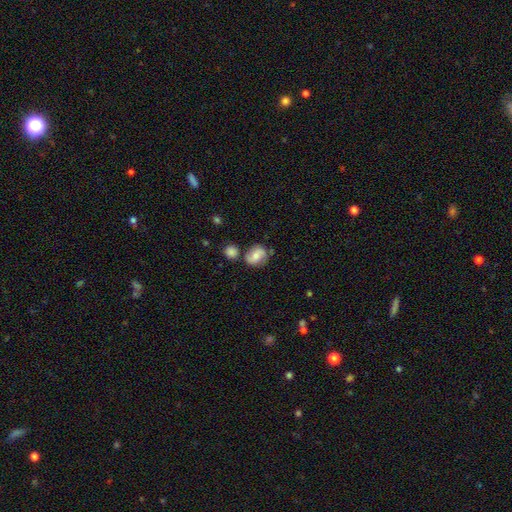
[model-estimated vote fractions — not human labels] This appears to be a smooth galaxy with no disk features (57%) that is round (58%). Merging: none (64%).